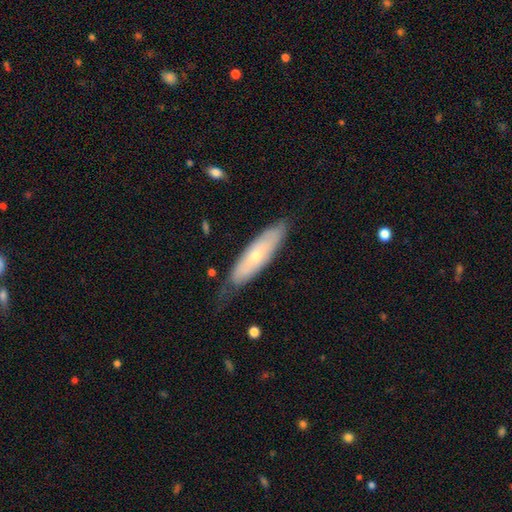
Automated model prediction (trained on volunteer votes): smooth_or_featured: smooth (p=0.53) [alt: featured or disk p=0.41]
how_rounded: cigar-shaped (p=0.59) [alt: in between p=0.39]
merging: none (p=0.66) [alt: minor disturbance p=0.26]